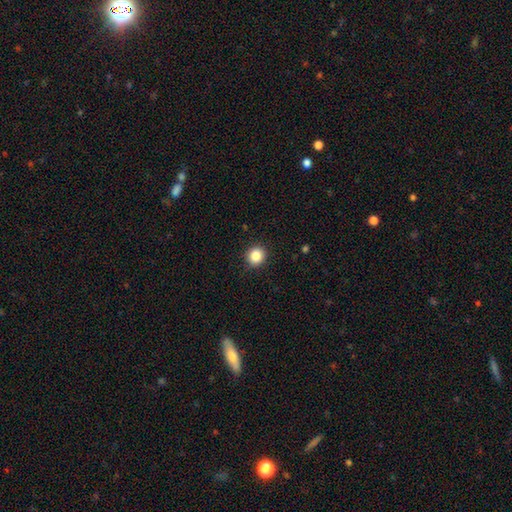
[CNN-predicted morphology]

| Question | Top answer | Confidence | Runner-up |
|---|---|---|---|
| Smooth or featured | smooth | 85% | star or artifact (10%) |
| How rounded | round | 90% | in between (9%) |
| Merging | none | 91% | minor disturbance (7%) |